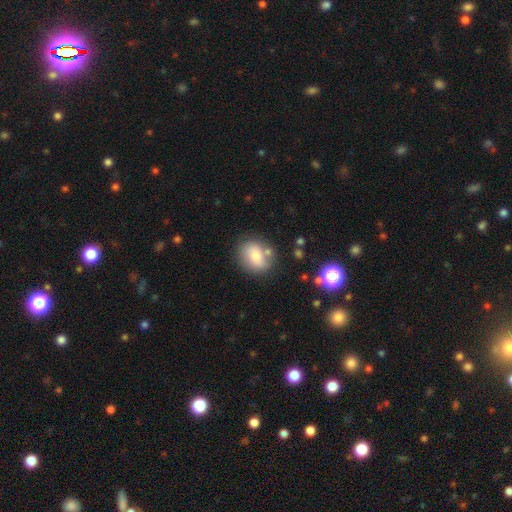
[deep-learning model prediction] Overall: smooth (73%). How rounded: round (66%; in between 33%). Merging: none (71%).